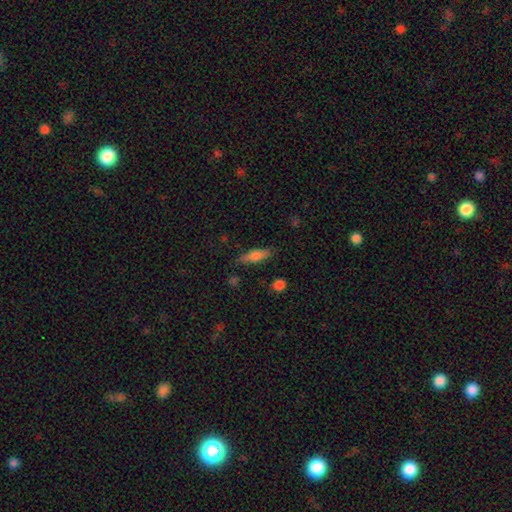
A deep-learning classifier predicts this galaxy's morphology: A smooth galaxy with no disk features (71%) that is in between round and cigar-shaped (49%).

Vote fractions:
- Smooth or featured? smooth: 71% / featured or disk: 22% / star or artifact: 8%
- How rounded? in between: 49% / cigar-shaped: 48% / round: 3%
- Merging? none: 78% / minor disturbance: 16% / major disturbance: 4% / merger: 2%